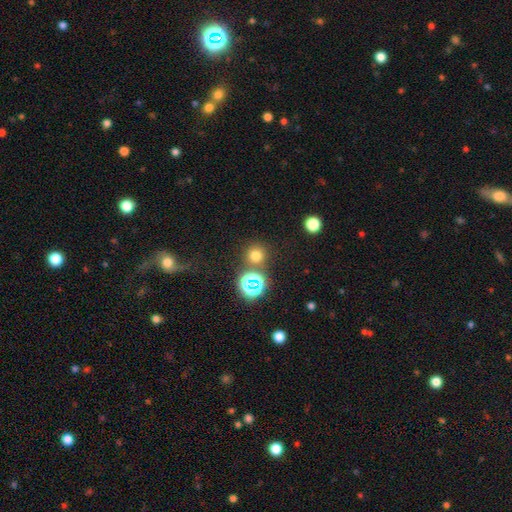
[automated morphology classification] type=smooth (68%); roundness=round (93%); merging=none (80%).